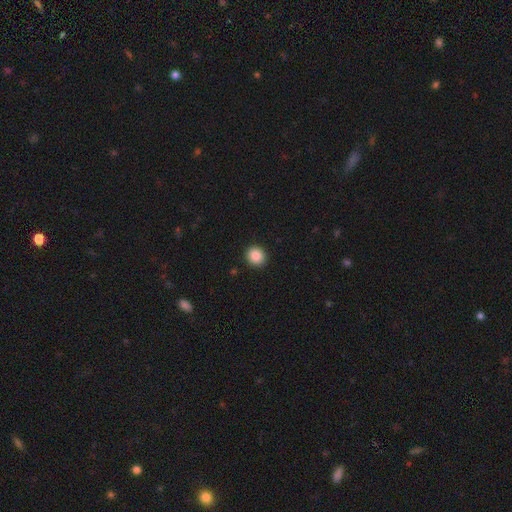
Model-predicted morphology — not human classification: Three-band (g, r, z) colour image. It shows a smooth galaxy with no disk features (88%) that is round (85%). Merging: none (92%).